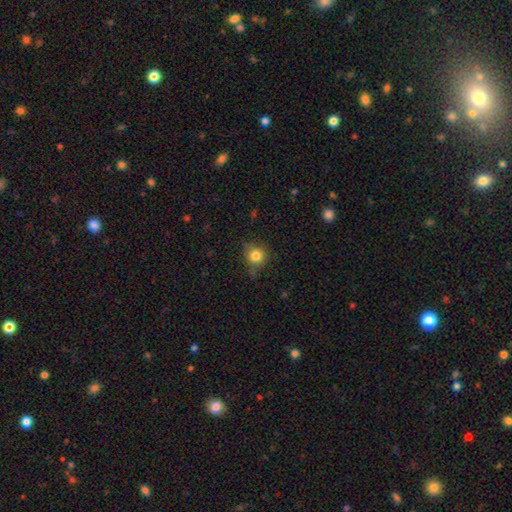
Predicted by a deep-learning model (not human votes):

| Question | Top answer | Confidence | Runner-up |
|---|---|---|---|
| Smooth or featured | smooth | 82% | star or artifact (12%) |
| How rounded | round | 90% | in between (9%) |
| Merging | none | 75% | minor disturbance (20%) |